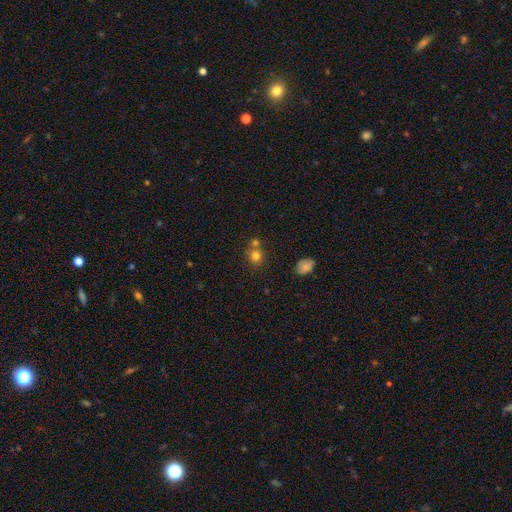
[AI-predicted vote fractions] smooth 77%, star or artifact 14%, featured or disk 9%. Down the decision tree: how rounded — round (83%); merging — none (56%).